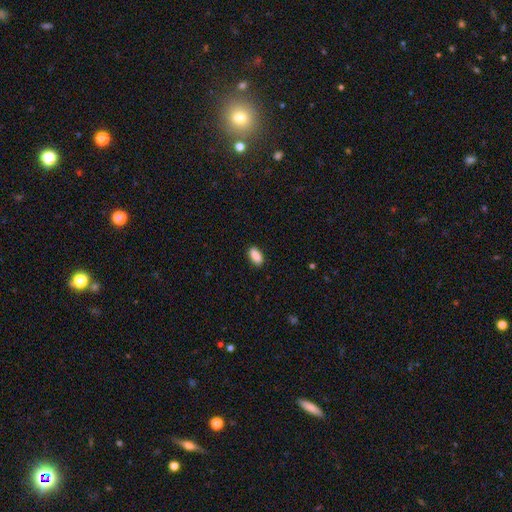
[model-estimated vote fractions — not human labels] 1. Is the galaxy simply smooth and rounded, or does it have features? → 89% smooth, 7% star or artifact, 4% featured or disk.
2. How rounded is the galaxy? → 87% in between, 10% cigar-shaped, 3% round.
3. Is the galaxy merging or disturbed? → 88% none, 9% minor disturbance, 2% major disturbance, 1% merger.